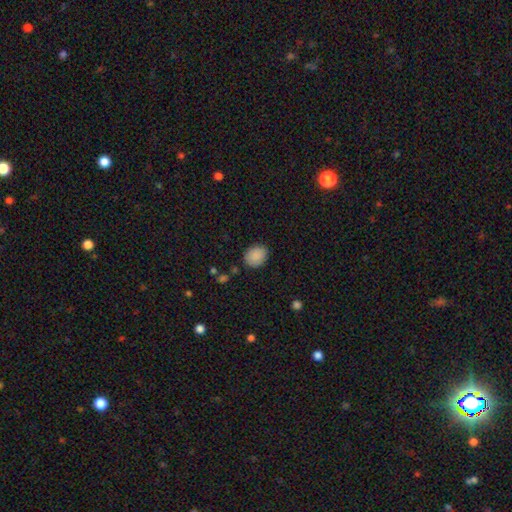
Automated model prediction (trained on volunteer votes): This is clearly a smooth galaxy (88%). How rounded: possibly round (52%). Merging: clearly none (84%).